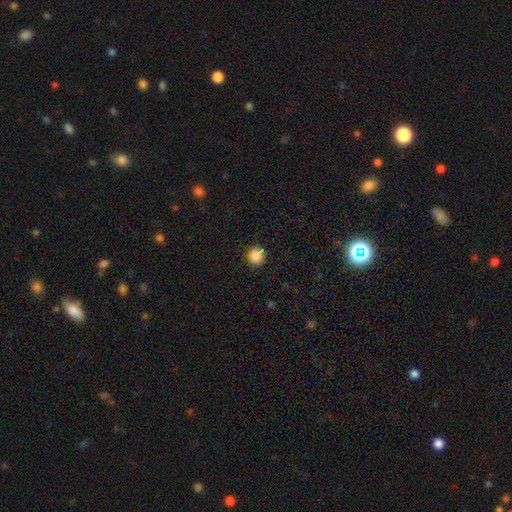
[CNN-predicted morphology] Smooth or featured? smooth (86%)
How rounded? round (91%)
Merging? none (87%)